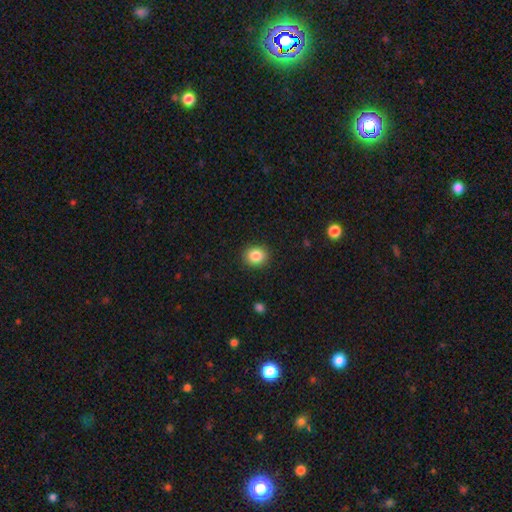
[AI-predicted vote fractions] Overall: smooth (85%). How rounded: round (74%). Merging: none (90%).